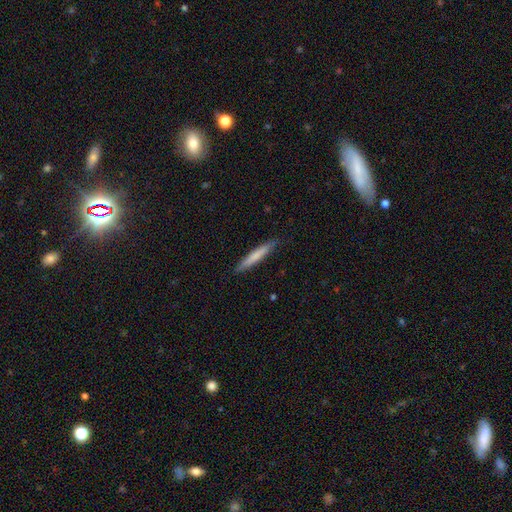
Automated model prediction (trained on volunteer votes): smooth-or-featured: smooth: 71% | featured or disk: 23% | star or artifact: 5%
  how-rounded: cigar-shaped: 94% | in between: 4% | round: 1%
  merging: none: 87% | minor disturbance: 10% | major disturbance: 2% | merger: 1%